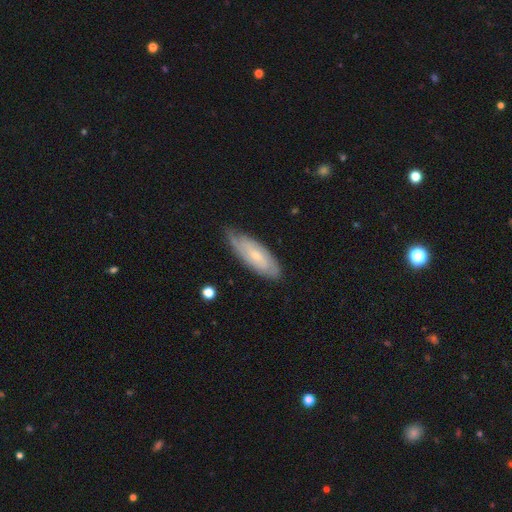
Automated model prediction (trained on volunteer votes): Smooth or featured?
  - featured or disk: 57% *
  - smooth: 36%
  - star or artifact: 6%
Edge-on disk?
  - no: 82% *
  - yes: 18%
Merging?
  - none: 70% *
  - minor disturbance: 24%
  - major disturbance: 5%
  - merger: 1%